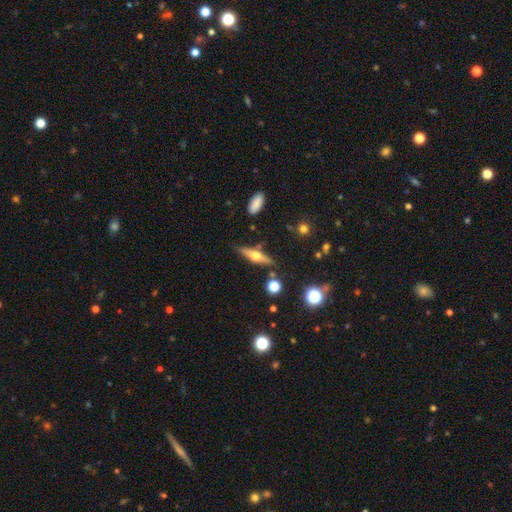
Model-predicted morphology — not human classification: Overall: featured or disk (62%; smooth 30%). Edge-on disk: yes (94%). Edge-on bulge: rounded (95%). Merging: none (80%).